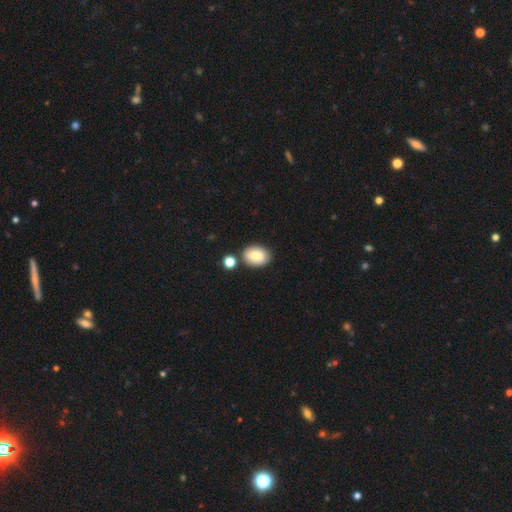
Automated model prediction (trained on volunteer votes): Smooth or featured? Predicted: smooth (p=0.81). How rounded? Predicted: in between (p=0.74). Merging? Predicted: none (p=0.76).